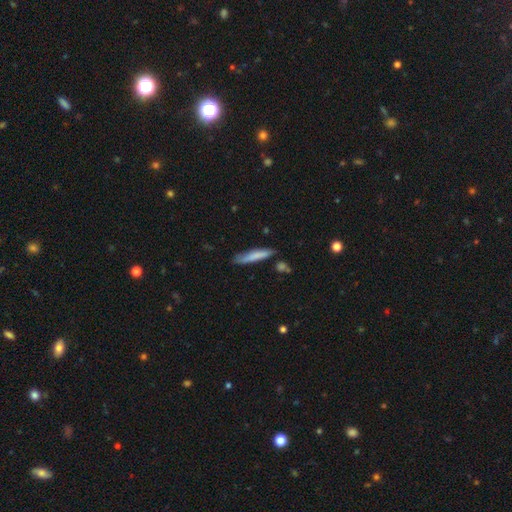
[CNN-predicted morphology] Overall: smooth (75%). How rounded: cigar-shaped (89%). Merging: none (74%).